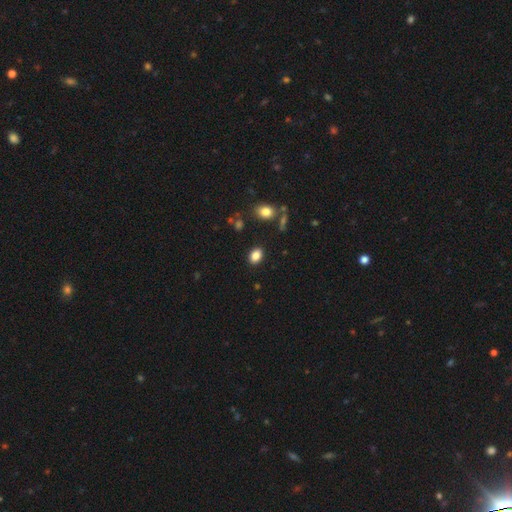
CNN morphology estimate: Smooth or featured?
  - smooth: 85% *
  - star or artifact: 10%
  - featured or disk: 5%
How rounded?
  - in between: 75% *
  - round: 23%
  - cigar-shaped: 1%
Merging?
  - none: 88% *
  - minor disturbance: 8%
  - major disturbance: 2%
  - merger: 2%